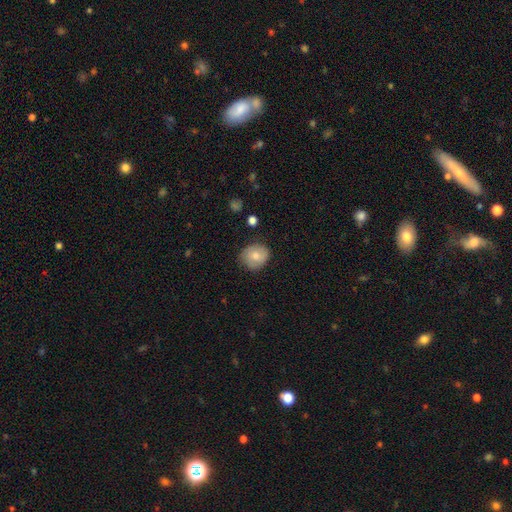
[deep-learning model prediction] The model was most divided on "how rounded": round: 70%, in between: 29%, cigar-shaped: 1%. More confident: merging — none (76%); smooth or featured — smooth (74%).